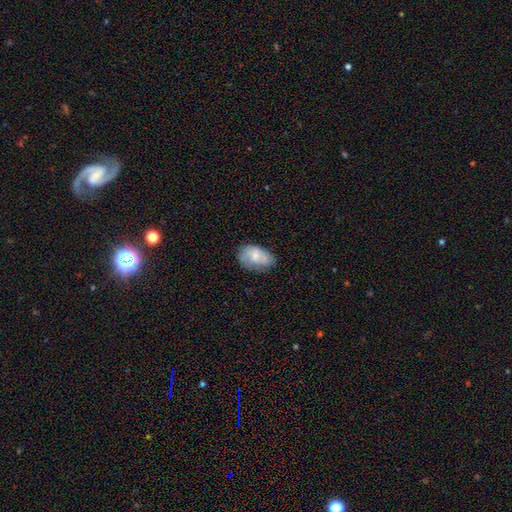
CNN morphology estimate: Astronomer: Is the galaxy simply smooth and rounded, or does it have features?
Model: smooth — 66%.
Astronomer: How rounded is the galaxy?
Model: in between — 88%.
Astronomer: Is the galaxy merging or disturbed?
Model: none — 58%.